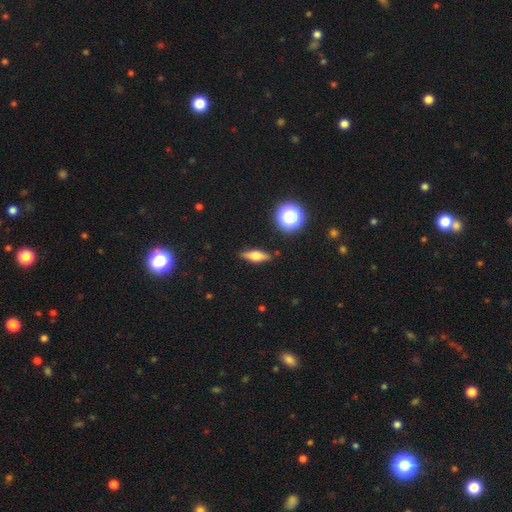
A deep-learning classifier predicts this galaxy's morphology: smooth 46%, featured or disk 45%, star or artifact 10%. Down the decision tree: merging — none (86%).